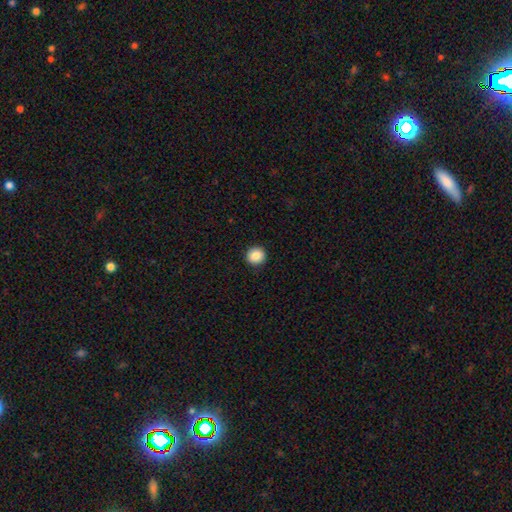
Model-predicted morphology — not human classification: Overall: smooth (88%). How rounded: round (93%). Merging: none (93%).